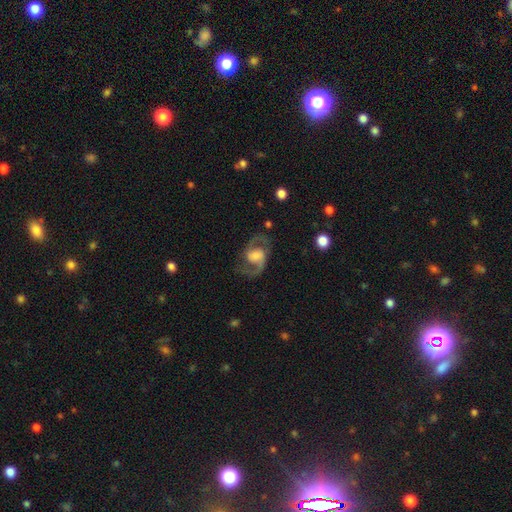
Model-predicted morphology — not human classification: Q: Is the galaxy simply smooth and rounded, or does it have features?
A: featured or disk — 88%.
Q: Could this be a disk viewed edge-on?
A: no — 98%.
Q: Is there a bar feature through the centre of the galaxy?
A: weak — 44%.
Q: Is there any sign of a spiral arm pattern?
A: yes — 97%.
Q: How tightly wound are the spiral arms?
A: medium — 59%.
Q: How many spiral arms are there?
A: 2 — 93%.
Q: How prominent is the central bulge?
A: moderate — 35%.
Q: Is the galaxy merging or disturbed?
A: none — 78%.